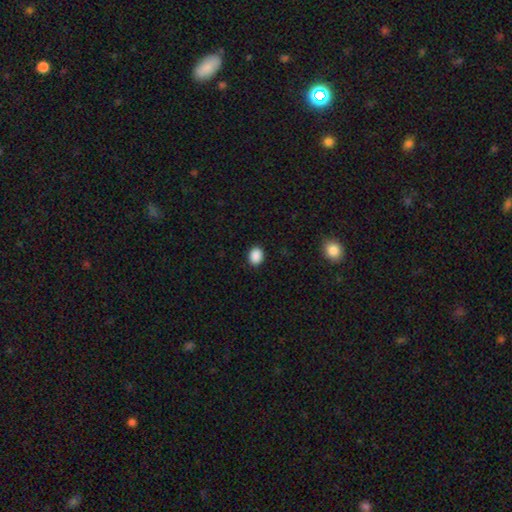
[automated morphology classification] Q: Smooth or featured?
A: smooth (89%); runner-up: star or artifact (9%)
Q: How rounded?
A: in between (54%); runner-up: round (45%)
Q: Merging?
A: none (90%); runner-up: minor disturbance (7%)